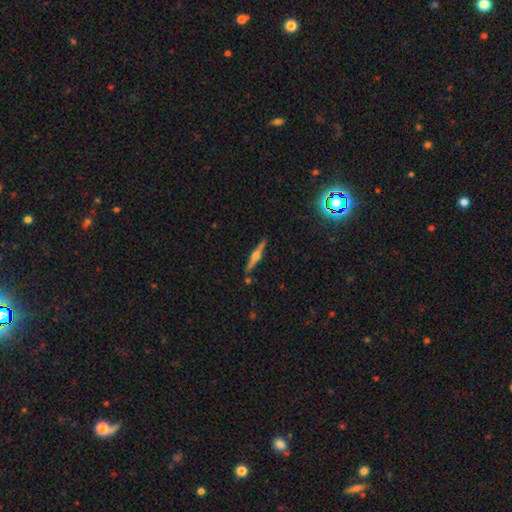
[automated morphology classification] featured or disk 73%, smooth 21%, star or artifact 6%. Down the decision tree: edge-on disk — yes (98%); edge-on bulge — rounded (88%); merging — none (89%).